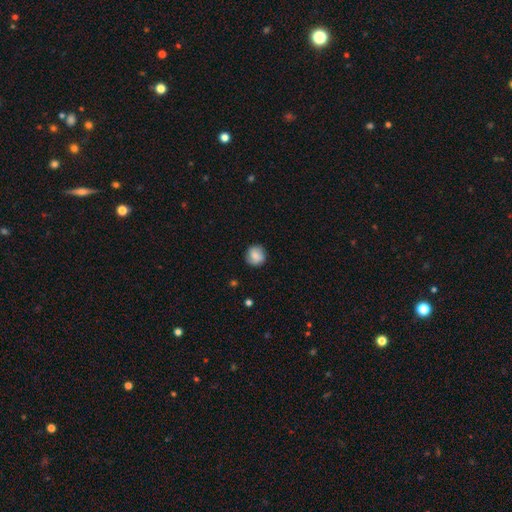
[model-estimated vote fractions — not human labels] The model was most divided on "smooth or featured": smooth: 82%, featured or disk: 10%, star or artifact: 8%. More confident: how rounded — round (90%); merging — none (86%).